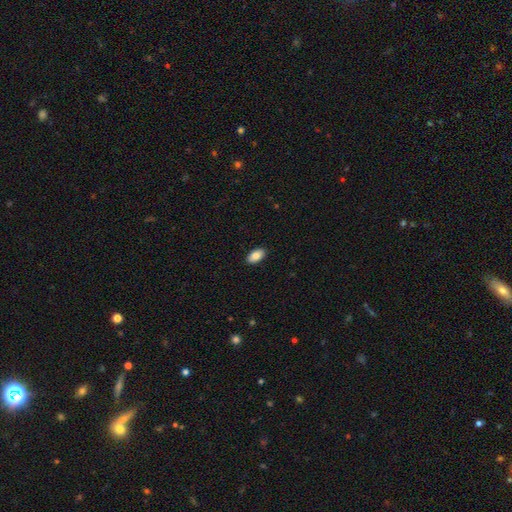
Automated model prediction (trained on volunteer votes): Morphology: type=smooth (84%); roundness=in between (94%); merging=none (90%).